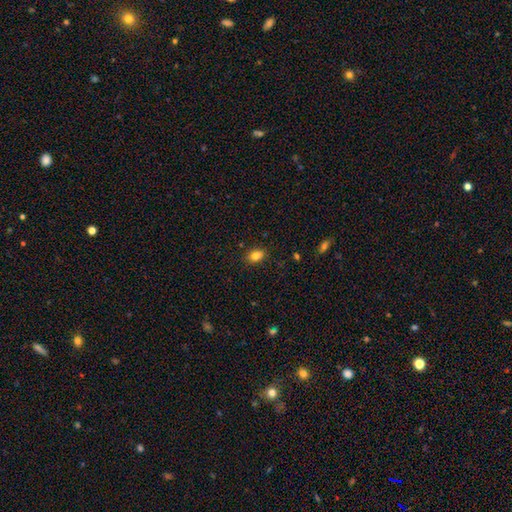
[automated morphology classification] smooth 82%, star or artifact 10%, featured or disk 7%. Down the decision tree: how rounded — in between (77%); merging — none (86%).